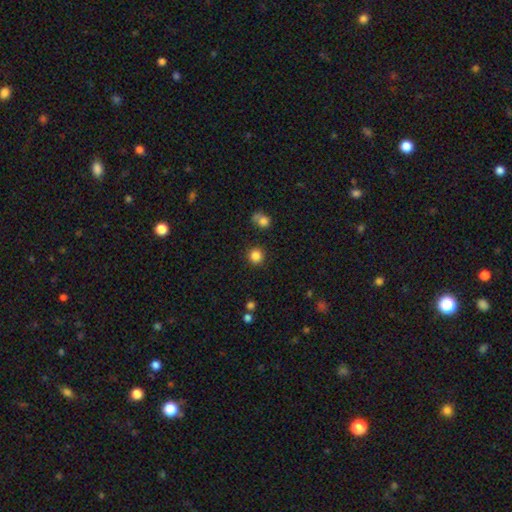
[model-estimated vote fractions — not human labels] This is clearly a smooth galaxy (84%). How rounded: clearly round (94%). Merging: clearly none (89%).